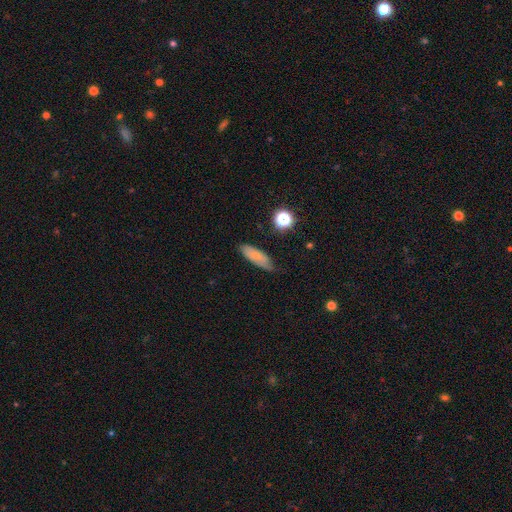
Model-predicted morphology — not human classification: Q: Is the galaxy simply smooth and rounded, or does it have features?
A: smooth — 66%.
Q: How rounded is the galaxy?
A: in between — 61%.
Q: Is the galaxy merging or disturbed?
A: none — 69%.